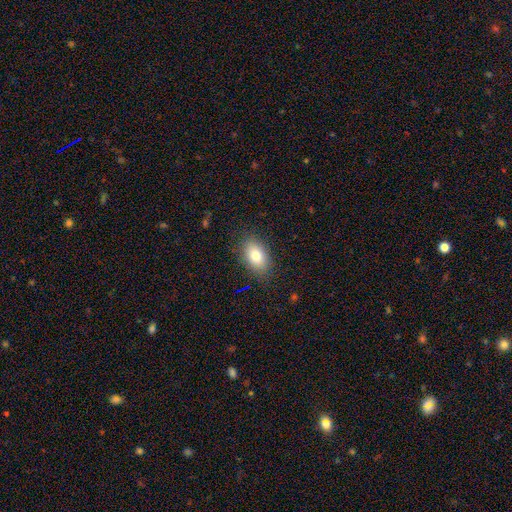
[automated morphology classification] This is likely a smooth galaxy (80%). How rounded: clearly in between (88%). Merging: clearly none (85%).